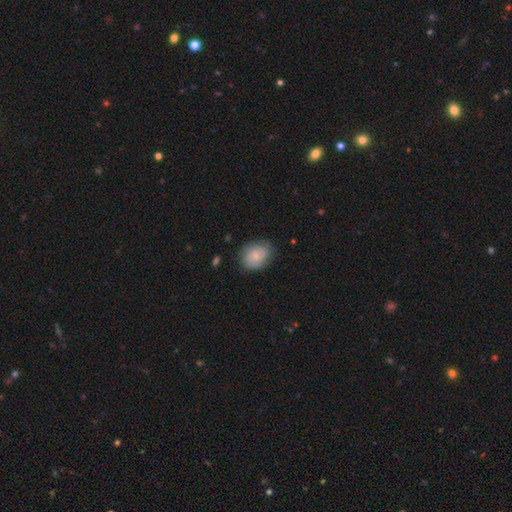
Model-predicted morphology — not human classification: Smooth or featured? Predicted: smooth (p=0.71). How rounded? Predicted: round (p=0.50). Merging? Predicted: none (p=0.74).